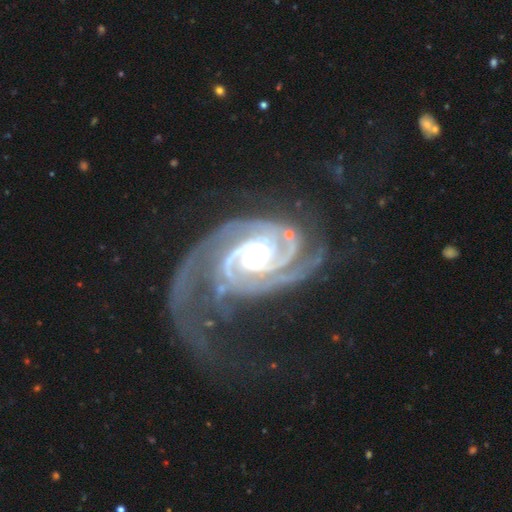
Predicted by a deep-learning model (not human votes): featured or disk 93%, star or artifact 4%, smooth 3%. Down the decision tree: edge-on disk — no (97%); bar — no (59%); spiral arms — yes (99%); spiral arm count — 2 (45%); spiral winding — tight (60%); bulge size — moderate (64%); merging — none (49%).